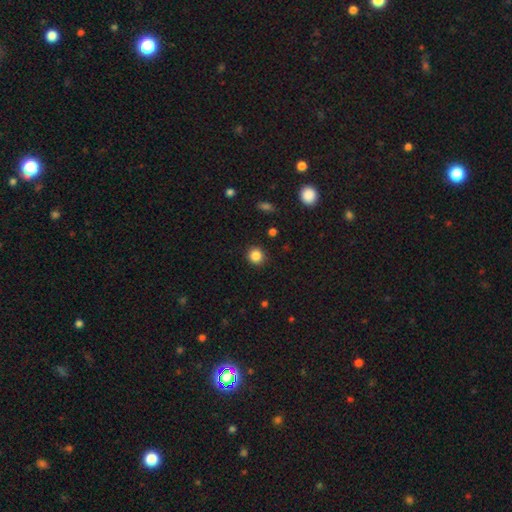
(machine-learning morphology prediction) This is clearly a smooth galaxy (85%). How rounded: clearly round (91%). Merging: clearly none (91%).